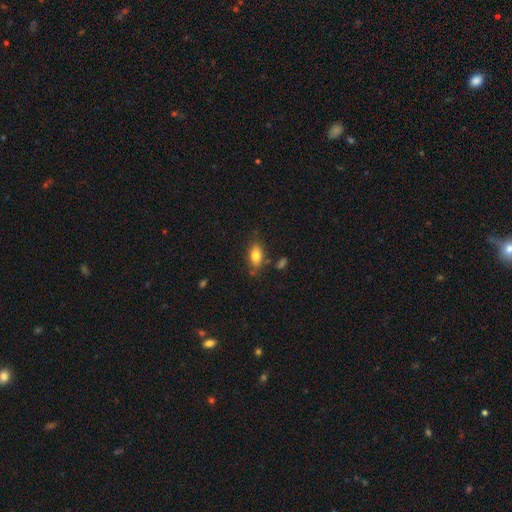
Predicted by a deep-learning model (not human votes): A smooth galaxy with no disk features (79%) that is in between round and cigar-shaped (87%). Merging: none (76%).